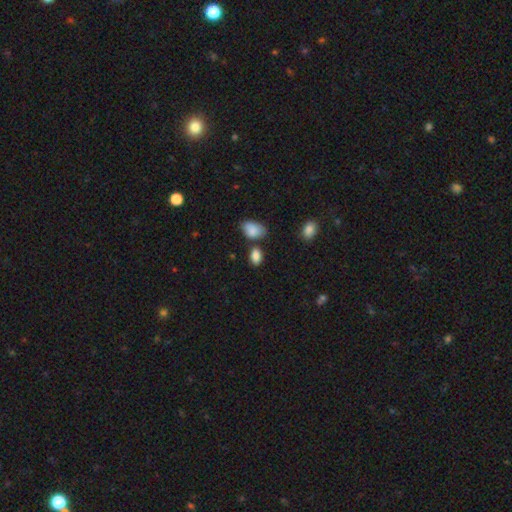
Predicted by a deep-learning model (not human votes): smooth-or-featured: smooth: 86% | star or artifact: 9% | featured or disk: 5%
  how-rounded: in between: 85% | round: 13% | cigar-shaped: 2%
  merging: none: 68% | minor disturbance: 16% | merger: 12% | major disturbance: 4%